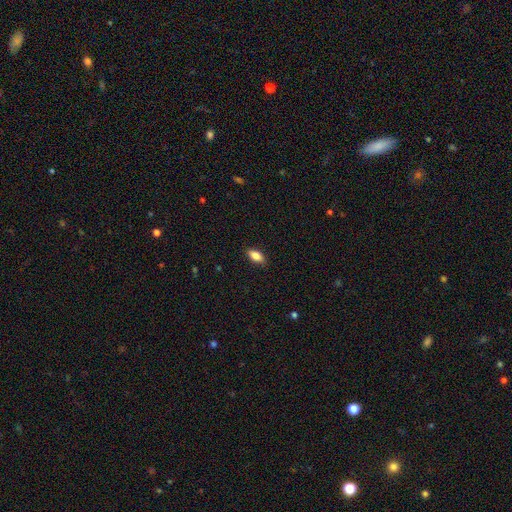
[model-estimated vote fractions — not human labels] The model was most divided on "smooth or featured": smooth: 82%, featured or disk: 11%, star or artifact: 7%. More confident: merging — none (87%); how rounded — in between (86%).